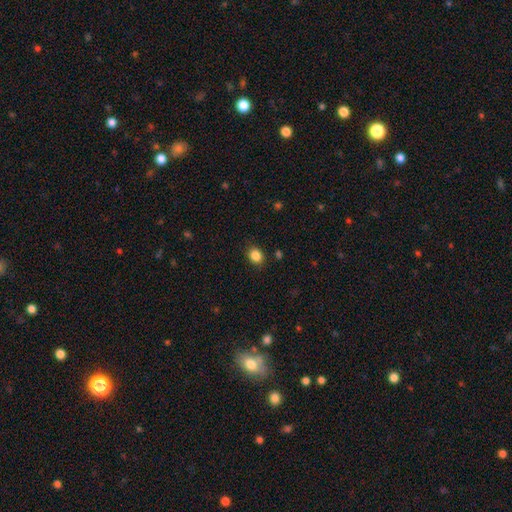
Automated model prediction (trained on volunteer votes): Q: Smooth or featured?
A: smooth (86%); runner-up: star or artifact (10%)
Q: How rounded?
A: round (56%); runner-up: in between (44%)
Q: Merging?
A: none (87%); runner-up: minor disturbance (9%)